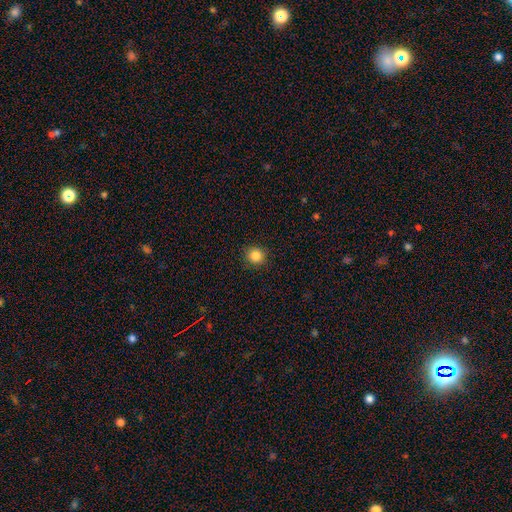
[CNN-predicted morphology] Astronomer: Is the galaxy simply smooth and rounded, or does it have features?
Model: smooth — 85%.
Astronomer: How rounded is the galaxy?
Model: round — 91%.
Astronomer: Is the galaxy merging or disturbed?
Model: none — 92%.